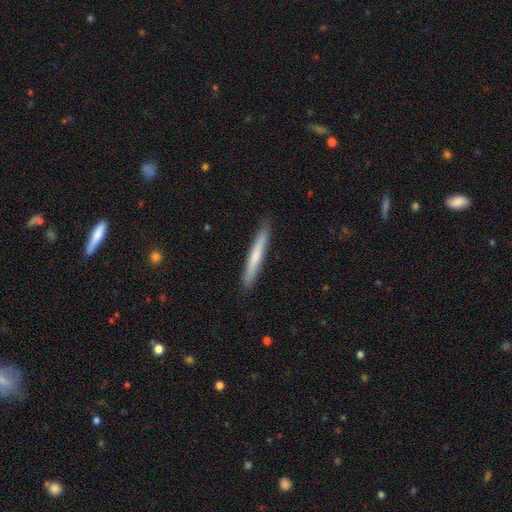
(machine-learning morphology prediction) smooth 64%, featured or disk 31%, star or artifact 5%. Down the decision tree: how rounded — cigar-shaped (96%); merging — none (90%).